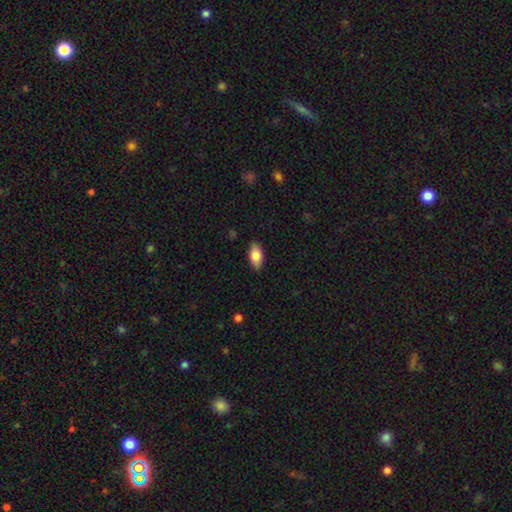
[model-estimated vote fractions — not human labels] smooth_or_featured: smooth (p=0.81) [alt: featured or disk p=0.13]
how_rounded: in between (p=0.91) [alt: cigar-shaped p=0.05]
merging: none (p=0.86) [alt: minor disturbance p=0.11]